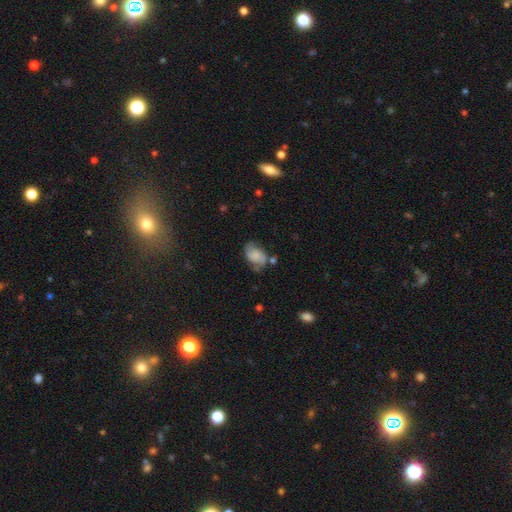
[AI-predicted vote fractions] Q: Smooth or featured?
A: smooth (52%); runner-up: featured or disk (39%)
Q: How rounded?
A: in between (86%); runner-up: round (12%)
Q: Merging?
A: none (50%); runner-up: minor disturbance (30%)